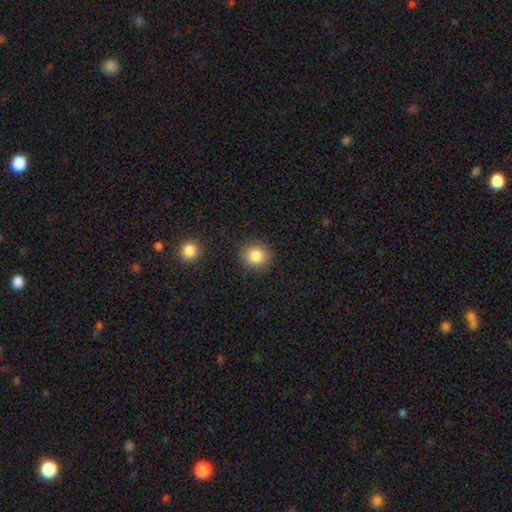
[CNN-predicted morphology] Smooth or featured? smooth (83%)
How rounded? round (86%)
Merging? none (89%)